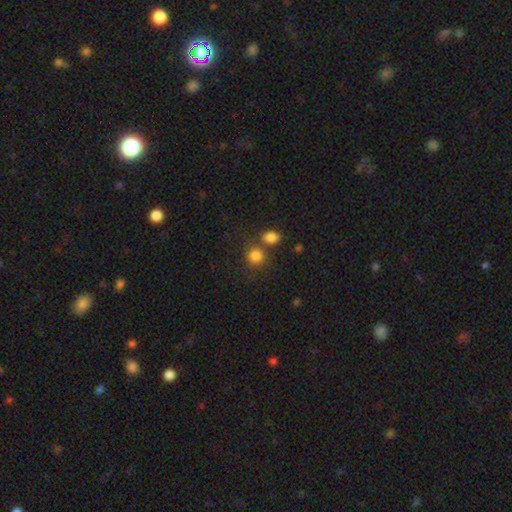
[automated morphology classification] A smooth galaxy with no disk features (83%) that is round (84%). Merging: none (61%).